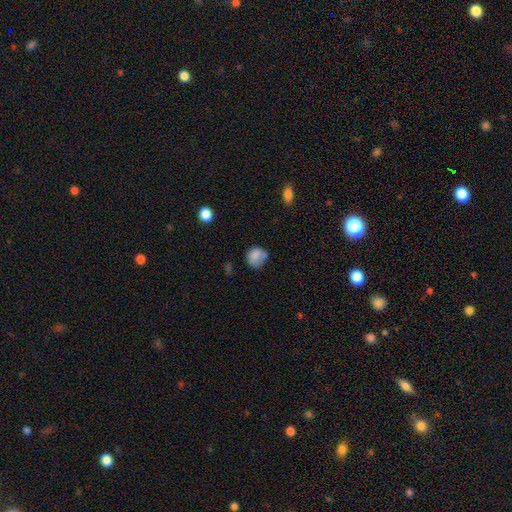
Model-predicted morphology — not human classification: Smooth or featured?
  - smooth: 80% *
  - featured or disk: 11%
  - star or artifact: 9%
How rounded?
  - round: 76% *
  - in between: 23%
  - cigar-shaped: 1%
Merging?
  - none: 58% *
  - minor disturbance: 28%
  - major disturbance: 11%
  - merger: 4%